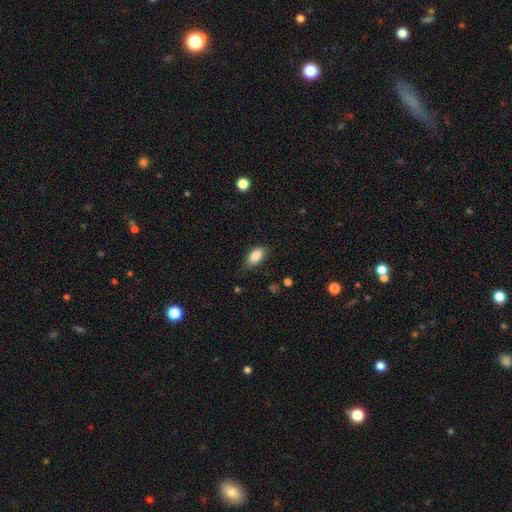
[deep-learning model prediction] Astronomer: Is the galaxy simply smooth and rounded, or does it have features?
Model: smooth — 86%.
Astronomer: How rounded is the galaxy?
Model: in between — 90%.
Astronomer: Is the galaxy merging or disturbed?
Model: none — 77%.